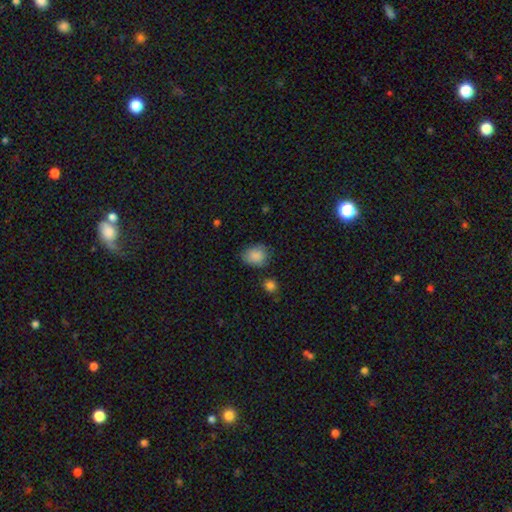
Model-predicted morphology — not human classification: smooth 86%, star or artifact 9%, featured or disk 5%. Down the decision tree: how rounded — round (52%); merging — none (69%).